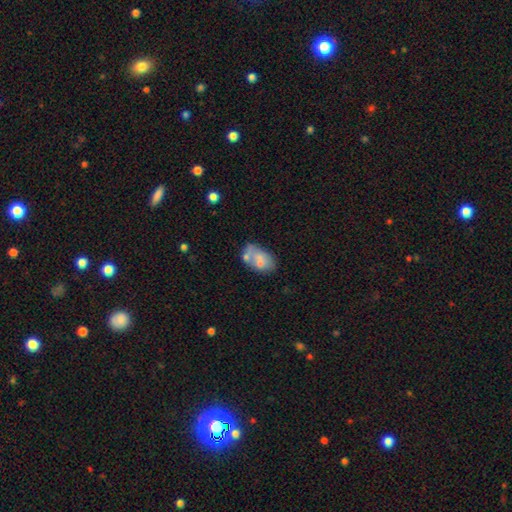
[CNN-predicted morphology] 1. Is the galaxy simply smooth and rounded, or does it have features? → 58% smooth, 33% featured or disk, 9% star or artifact.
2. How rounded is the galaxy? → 88% in between, 10% round, 2% cigar-shaped.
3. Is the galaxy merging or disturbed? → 39% none, 29% merger, 22% minor disturbance, 10% major disturbance.